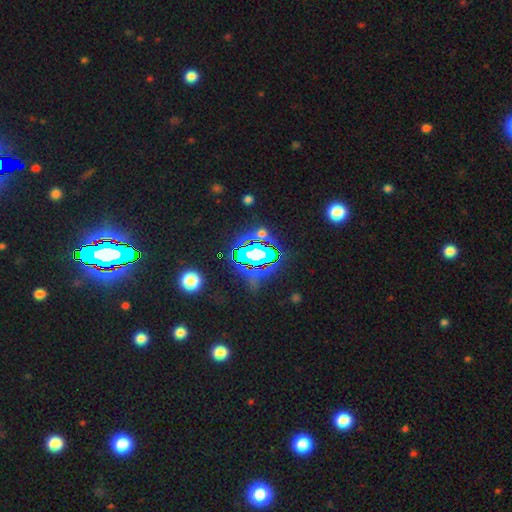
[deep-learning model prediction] Smooth or featured?
  - star or artifact: 76% *
  - smooth: 13%
  - featured or disk: 11%